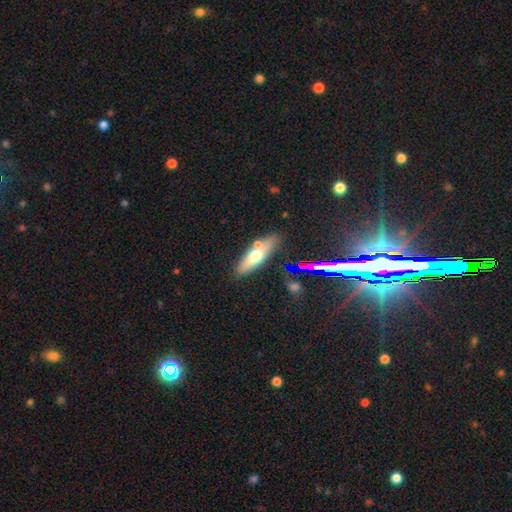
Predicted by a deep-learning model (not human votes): Morphology: type=smooth (52%); roundness=cigar-shaped (49%); merging=none (74%).